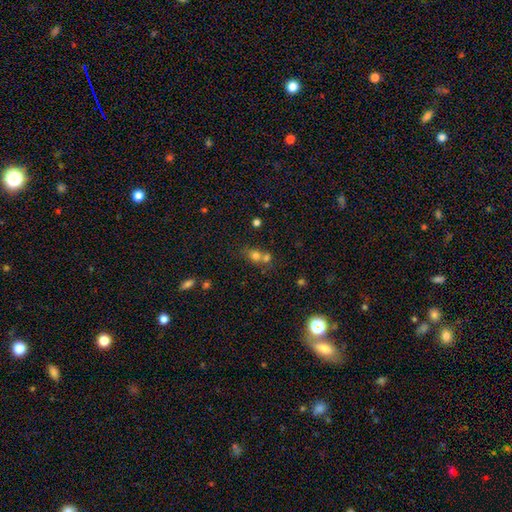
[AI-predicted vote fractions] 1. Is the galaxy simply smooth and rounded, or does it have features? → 70% smooth, 16% star or artifact, 14% featured or disk.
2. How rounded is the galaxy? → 70% round, 28% in between, 2% cigar-shaped.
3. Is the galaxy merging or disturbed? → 54% merger, 35% none, 7% minor disturbance, 4% major disturbance.